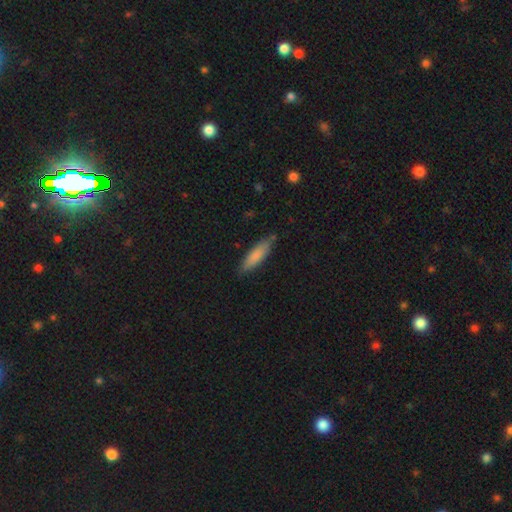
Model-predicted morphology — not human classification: smooth_or_featured: smooth (p=0.83) [alt: featured or disk p=0.12]
how_rounded: cigar-shaped (p=0.64) [alt: in between p=0.35]
merging: none (p=0.82) [alt: minor disturbance p=0.14]